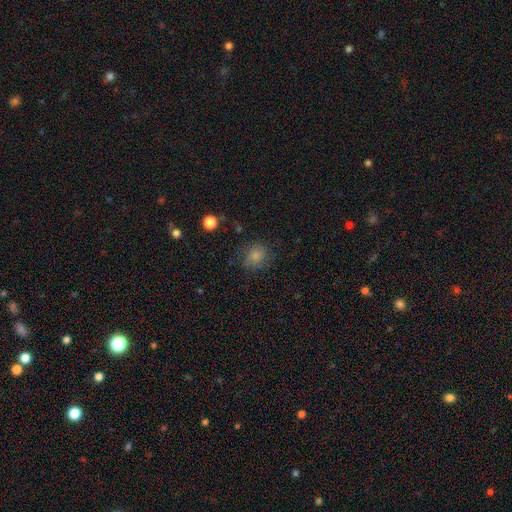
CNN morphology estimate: Smooth or featured?
  - smooth: 78% *
  - star or artifact: 12%
  - featured or disk: 10%
How rounded?
  - round: 69% *
  - in between: 30%
  - cigar-shaped: 1%
Merging?
  - none: 70% *
  - minor disturbance: 20%
  - major disturbance: 8%
  - merger: 2%